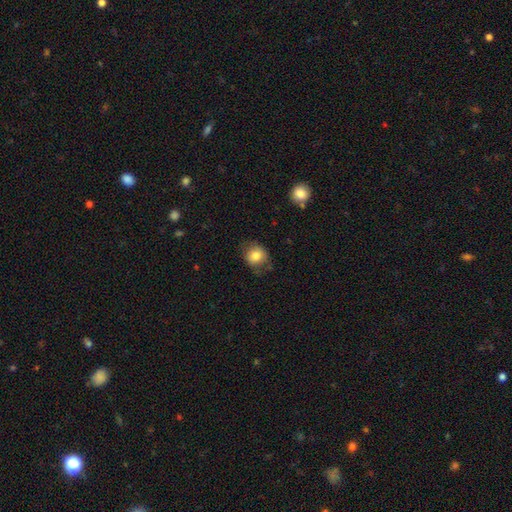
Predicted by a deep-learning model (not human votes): A smooth galaxy with no disk features (79%) that is round (73%). Merging: none (68%).